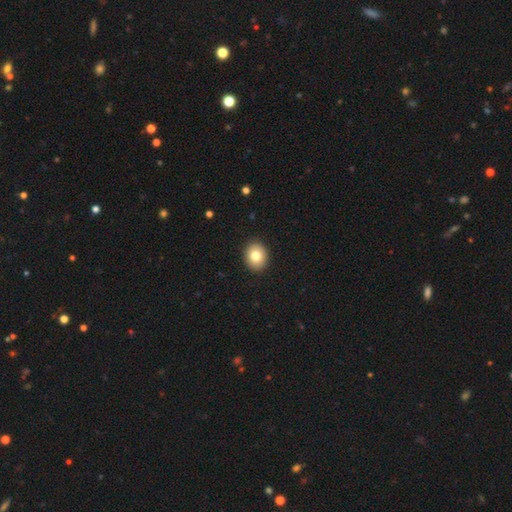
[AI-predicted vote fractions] Overall: smooth (80%). How rounded: round (60%; in between 39%). Merging: none (92%).